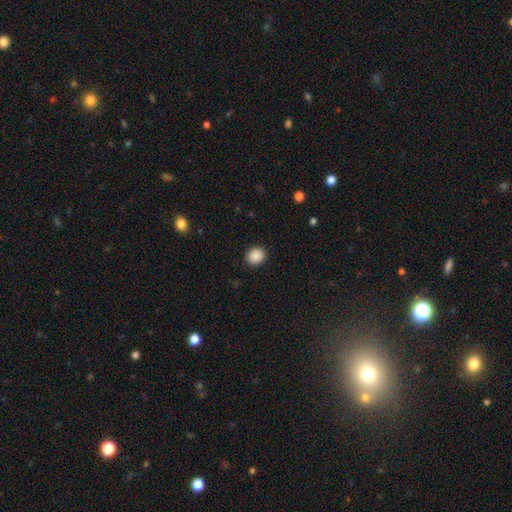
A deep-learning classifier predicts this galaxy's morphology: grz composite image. It shows a smooth galaxy with no disk features (89%) that is round (70%). Merging: none (90%).